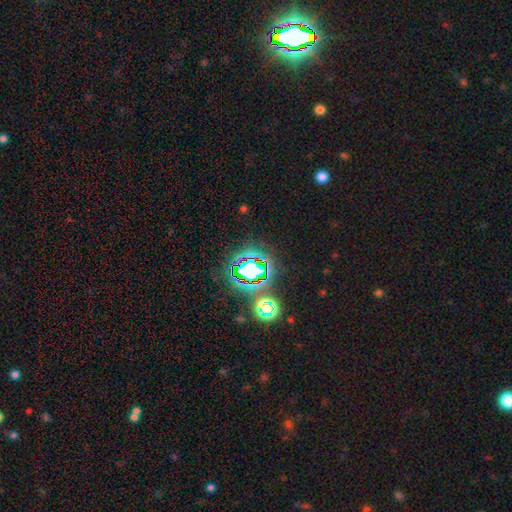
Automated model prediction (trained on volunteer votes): Smooth or featured? star or artifact (81%)